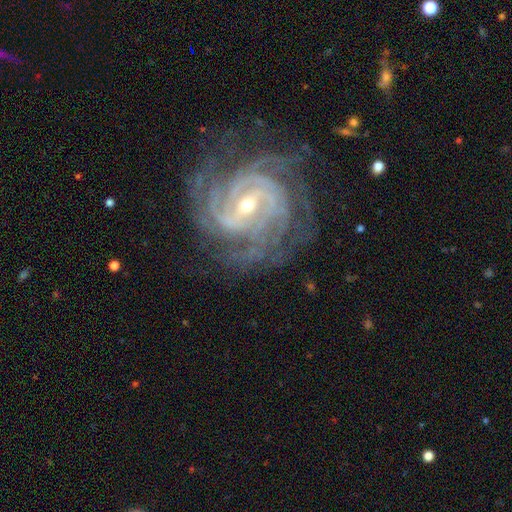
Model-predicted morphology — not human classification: smooth-or-featured: featured or disk: 90% | star or artifact: 6% | smooth: 3%
  disk-edge-on: no: 97% | yes: 3%
    bar: weak: 43% | strong: 38% | no: 19%
    has-spiral-arms: yes: 98% | no: 2%
      spiral-winding: tight: 70% | medium: 26% | loose: 4%
      spiral-arm-count: 4: 26% | 3: 21% | can't tell: 19% | 2: 15% | more than 4: 11% | 1: 8%
    bulge-size: small: 56% | moderate: 40% | large: 2% | none: 1% | dominant: 1%
  merging: none: 76% | minor disturbance: 14% | major disturbance: 8% | merger: 1%